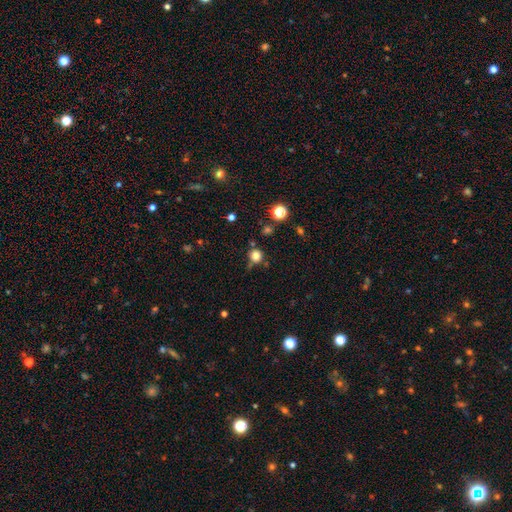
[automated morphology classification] Smooth or featured?
  - smooth: 78% *
  - star or artifact: 15%
  - featured or disk: 7%
How rounded?
  - round: 92% *
  - in between: 7%
  - cigar-shaped: 1%
Merging?
  - none: 70% *
  - minor disturbance: 17%
  - merger: 8%
  - major disturbance: 5%